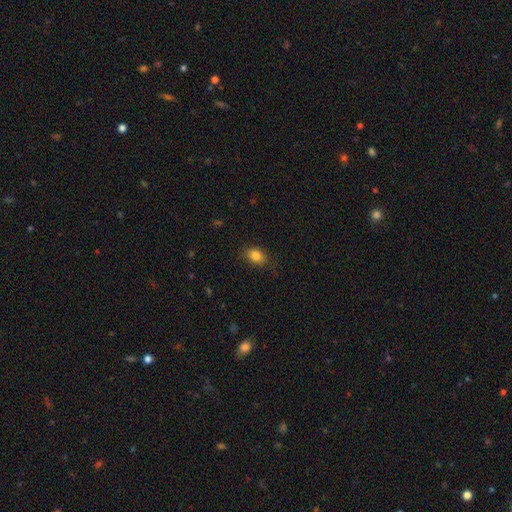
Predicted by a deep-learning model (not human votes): This is clearly a smooth galaxy (84%). How rounded: likely in between (71%). Merging: clearly none (82%).